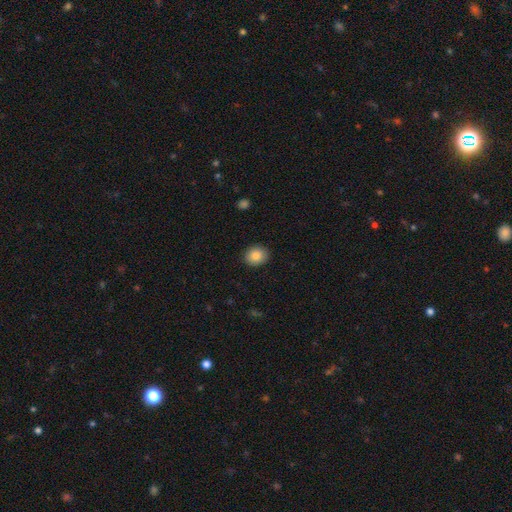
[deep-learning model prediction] smooth 86%, star or artifact 8%, featured or disk 6%. Down the decision tree: how rounded — round (61%); merging — none (90%).